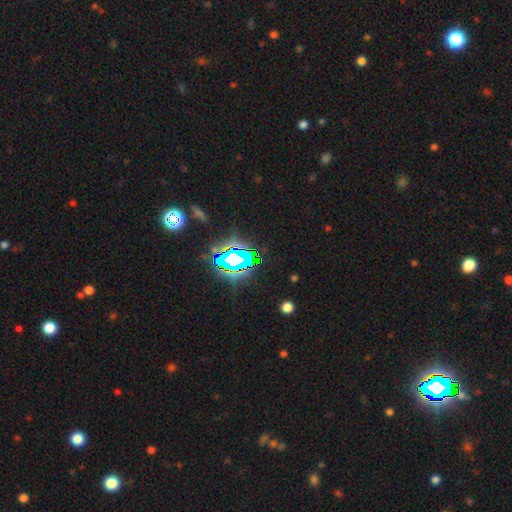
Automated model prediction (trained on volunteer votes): This appears to be a star or artifact, not a galaxy (81%).